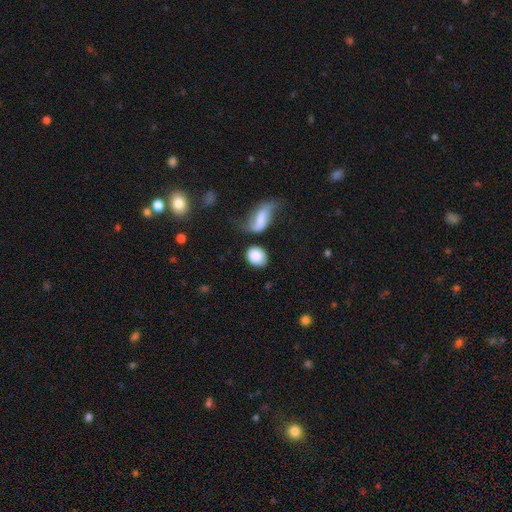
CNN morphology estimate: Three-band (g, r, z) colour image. It shows a smooth galaxy with no disk features (84%) that is in between round and cigar-shaped (51%). Merging: none (63%).